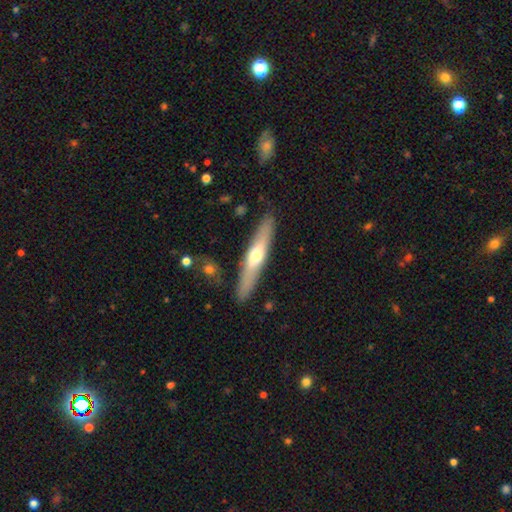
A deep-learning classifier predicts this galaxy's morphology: The model was most divided on "smooth or featured": featured or disk: 52%, smooth: 42%, star or artifact: 5%. More confident: edge-on disk — yes (90%); merging — none (88%).